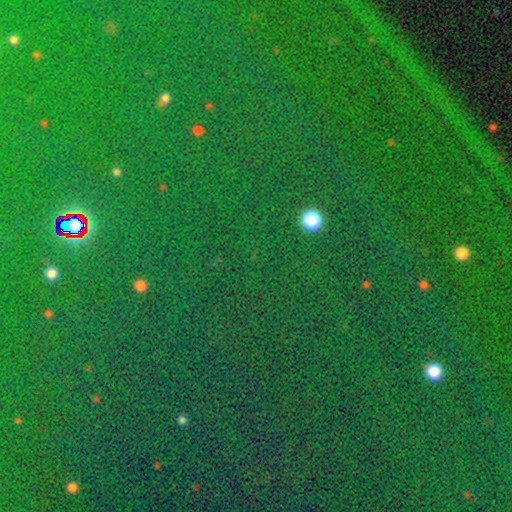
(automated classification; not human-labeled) star or artifact 82%, smooth 11%, featured or disk 7%.